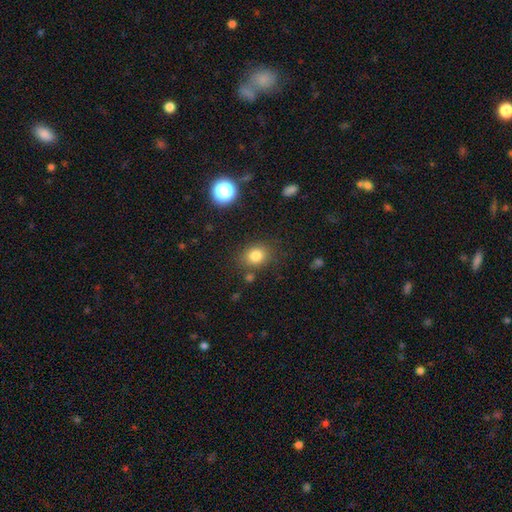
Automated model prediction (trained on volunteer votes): smooth 81%, star or artifact 12%, featured or disk 6%. Down the decision tree: how rounded — round (60%); merging — none (80%).